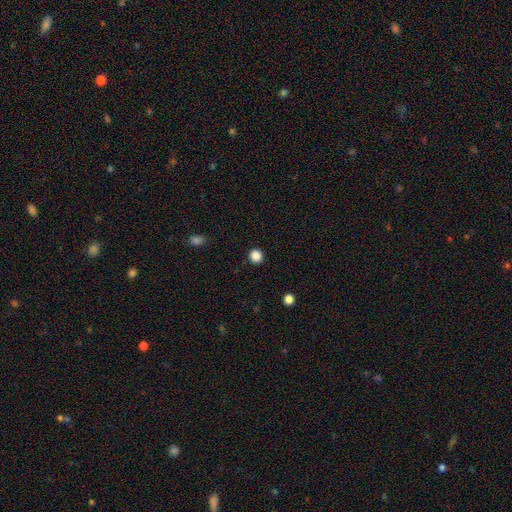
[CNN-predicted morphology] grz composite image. It shows a smooth galaxy with no disk features (87%) that is round (88%). Merging: none (91%).